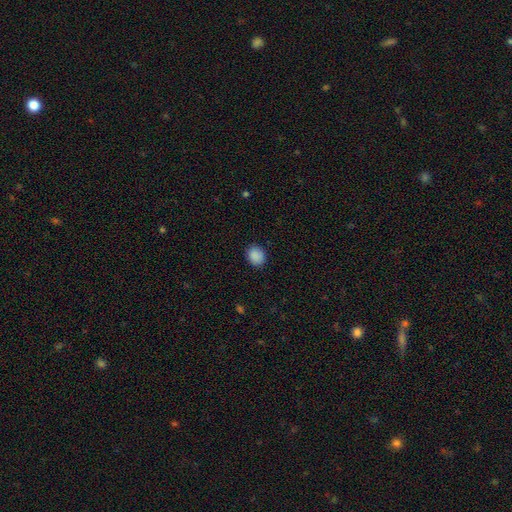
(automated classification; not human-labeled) A smooth galaxy with no disk features (89%) that is round (55%). Merging: none (88%).